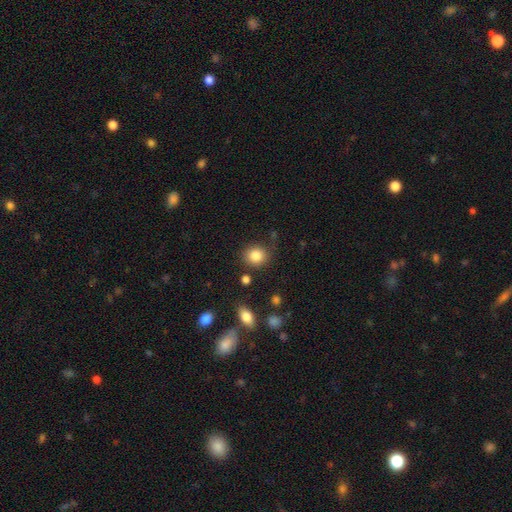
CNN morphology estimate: Smooth or featured? smooth (85%)
How rounded? round (78%)
Merging? none (79%)